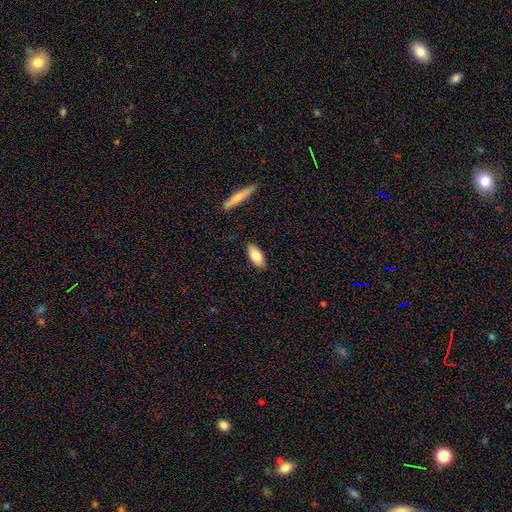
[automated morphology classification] smooth_or_featured: smooth (p=0.82) [alt: featured or disk p=0.12]
how_rounded: in between (p=0.85) [alt: cigar-shaped p=0.13]
merging: none (p=0.86) [alt: minor disturbance p=0.10]